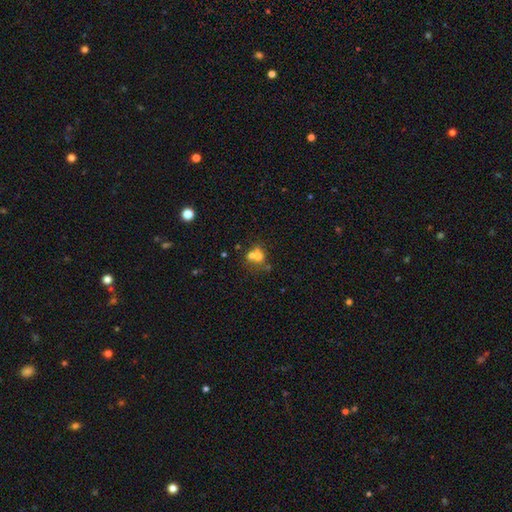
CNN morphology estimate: type=smooth (61%); roundness=round (73%); merging=merger (55%).